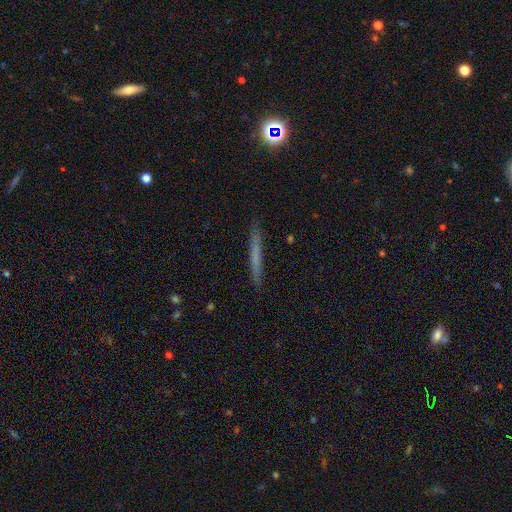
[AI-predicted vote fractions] smooth_or_featured: smooth (p=0.57) [alt: featured or disk p=0.35]
how_rounded: cigar-shaped (p=0.96) [alt: in between p=0.02]
merging: none (p=0.90) [alt: minor disturbance p=0.07]